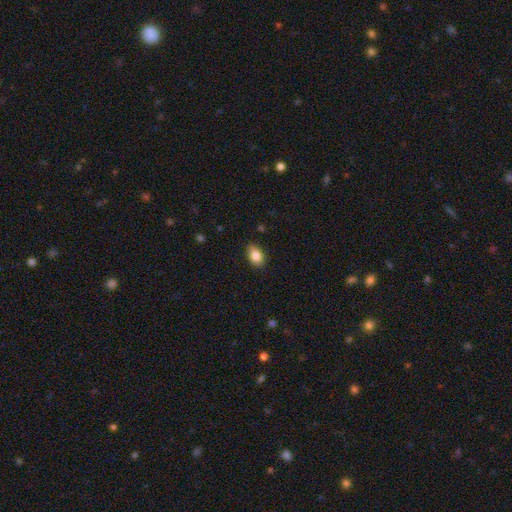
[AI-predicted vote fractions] Smooth or featured: smooth — 85% (star or artifact — 8%)
How rounded: in between — 85% (round — 13%)
Merging: none — 85% (minor disturbance — 12%)